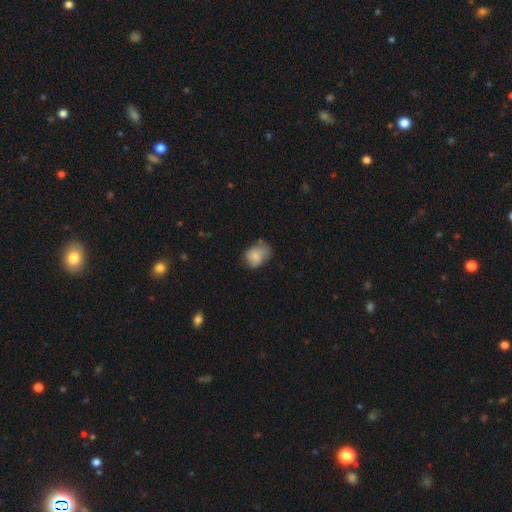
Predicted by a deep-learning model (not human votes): Overall: smooth (75%). How rounded: in between (63%; round 36%). Merging: none (45%; minor disturbance 37%).